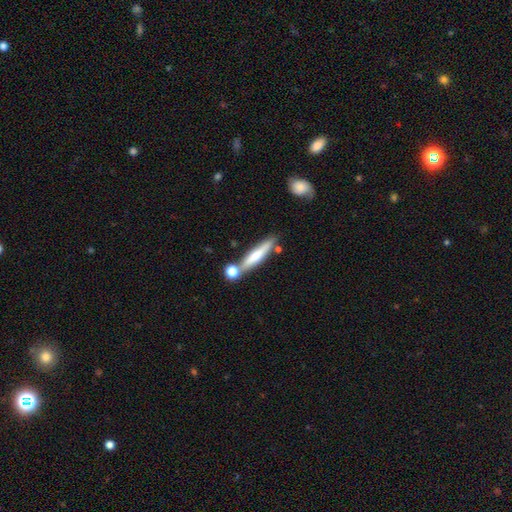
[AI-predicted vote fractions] A smooth galaxy with no disk features (50%).

Vote fractions:
- Smooth or featured? smooth: 50% / featured or disk: 44% / star or artifact: 7%
- Merging? none: 67% / merger: 17% / minor disturbance: 13% / major disturbance: 4%